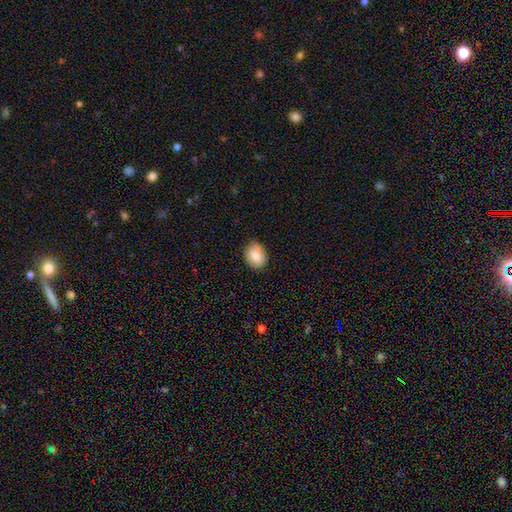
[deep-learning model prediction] A smooth galaxy with no disk features (81%) that is in between round and cigar-shaped (54%).

Vote fractions:
- Smooth or featured? smooth: 81% / featured or disk: 11% / star or artifact: 8%
- How rounded? in between: 54% / round: 45% / cigar-shaped: 1%
- Merging? none: 82% / minor disturbance: 15% / major disturbance: 2% / merger: 1%